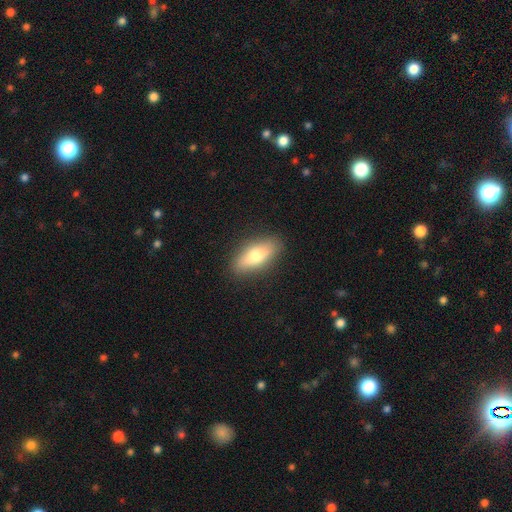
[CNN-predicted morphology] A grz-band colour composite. It shows a smooth galaxy with no disk features (69%) that is in between round and cigar-shaped (71%). Merging: none (88%).